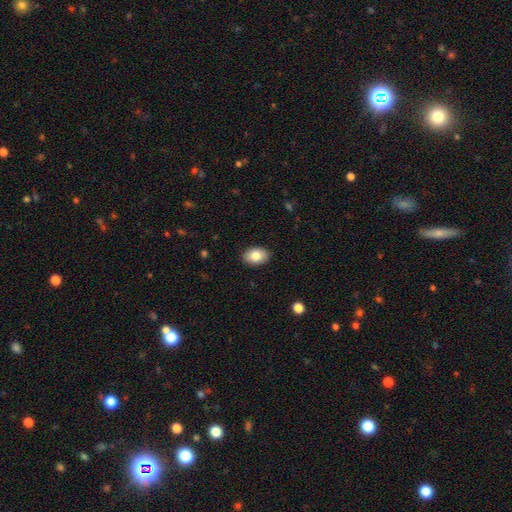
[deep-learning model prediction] Smooth or featured?
  - smooth: 83% *
  - featured or disk: 9%
  - star or artifact: 7%
How rounded?
  - in between: 81% *
  - round: 18%
  - cigar-shaped: 1%
Merging?
  - none: 89% *
  - minor disturbance: 8%
  - major disturbance: 2%
  - merger: 1%